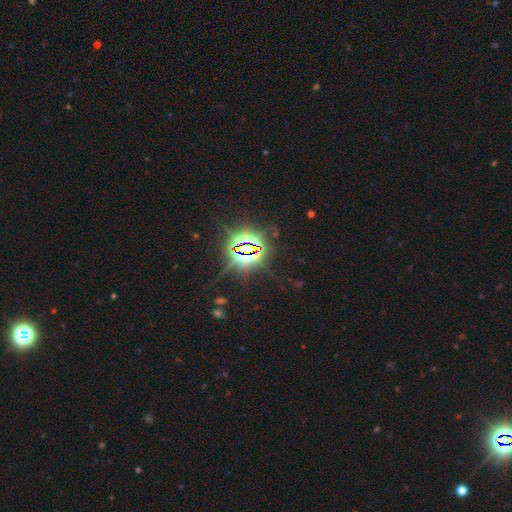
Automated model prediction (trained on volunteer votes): Q: Smooth or featured?
A: star or artifact (85%); runner-up: featured or disk (8%)